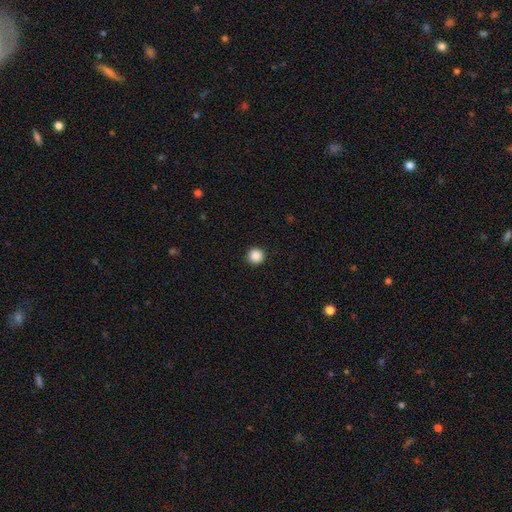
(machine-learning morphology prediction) Smooth or featured? Predicted: smooth (p=0.88). How rounded? Predicted: round (p=0.95). Merging? Predicted: none (p=0.93).